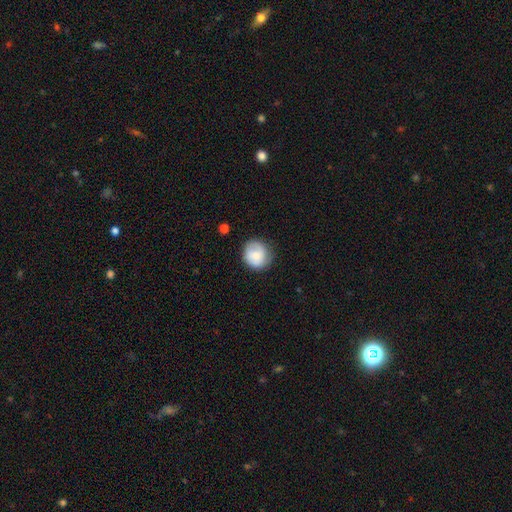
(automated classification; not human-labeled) smooth-or-featured: smooth: 68% | featured or disk: 25% | star or artifact: 7%
  how-rounded: round: 88% | in between: 11% | cigar-shaped: 1%
  merging: none: 73% | minor disturbance: 20% | major disturbance: 6% | merger: 2%